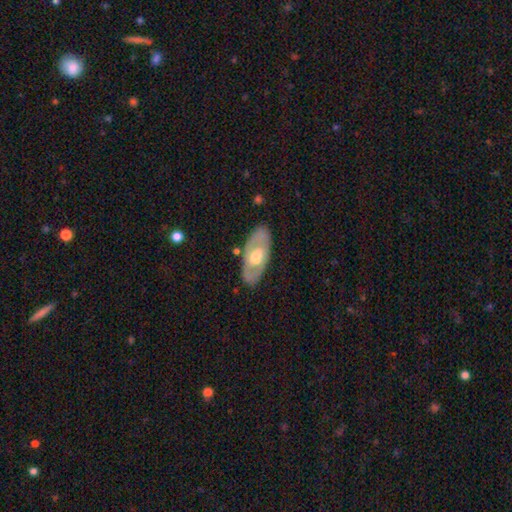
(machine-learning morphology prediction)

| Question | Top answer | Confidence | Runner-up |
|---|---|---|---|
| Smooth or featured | featured or disk | 58% | smooth (37%) |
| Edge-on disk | no | 82% | yes (18%) |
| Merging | none | 84% | minor disturbance (12%) |